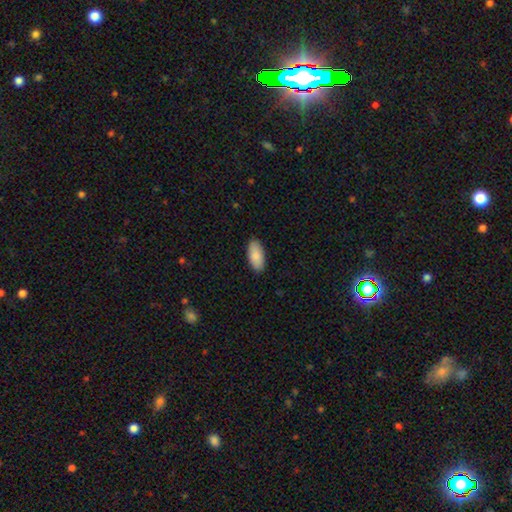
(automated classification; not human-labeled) smooth_or_featured: smooth (p=0.88) [alt: featured or disk p=0.06]
how_rounded: in between (p=0.91) [alt: cigar-shaped p=0.07]
merging: none (p=0.88) [alt: minor disturbance p=0.09]